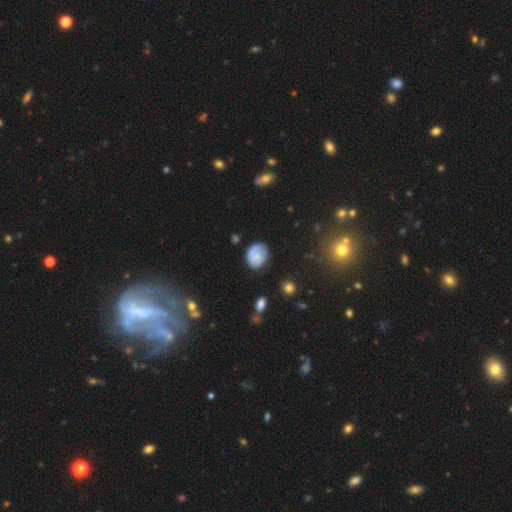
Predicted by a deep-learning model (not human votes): Smooth or featured: smooth — 63% (featured or disk — 28%)
How rounded: round — 56% (in between — 43%)
Merging: none — 65% (minor disturbance — 25%)